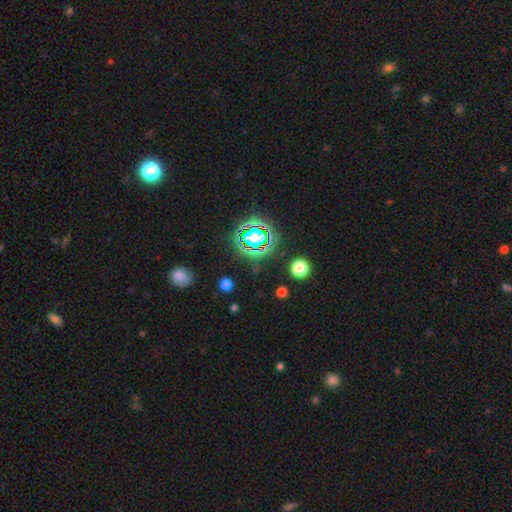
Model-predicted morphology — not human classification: The model was most divided on "smooth or featured": star or artifact: 78%, smooth: 14%, featured or disk: 8%.